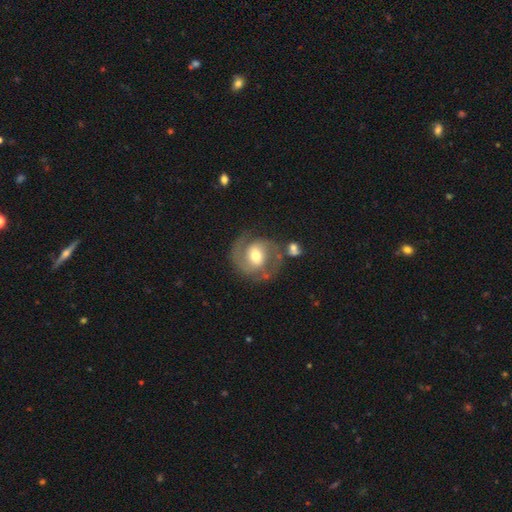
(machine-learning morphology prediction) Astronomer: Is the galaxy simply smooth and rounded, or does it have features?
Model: featured or disk — 81%.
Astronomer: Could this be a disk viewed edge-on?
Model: no — 98%.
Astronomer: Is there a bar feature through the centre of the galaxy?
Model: weak — 42% (runner-up: no, 41%).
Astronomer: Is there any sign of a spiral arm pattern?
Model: yes — 94%.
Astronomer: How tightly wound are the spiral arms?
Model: medium — 51% (runner-up: tight, 35%).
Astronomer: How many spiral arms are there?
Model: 2 — 88%.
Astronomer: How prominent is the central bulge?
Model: moderate — 68%.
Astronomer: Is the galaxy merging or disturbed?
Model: none — 72%.